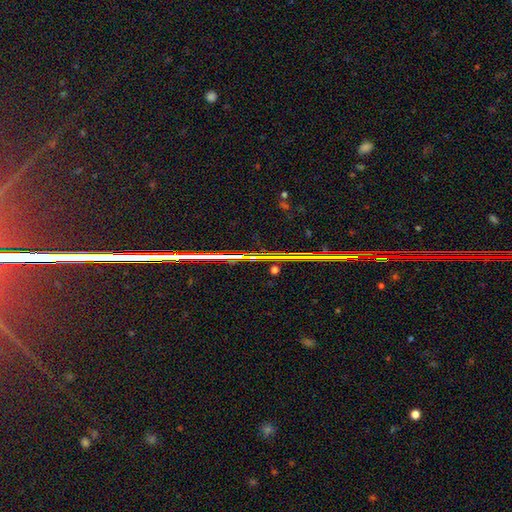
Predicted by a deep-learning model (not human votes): The model was most divided on "smooth or featured": star or artifact: 87%, featured or disk: 7%, smooth: 6%.